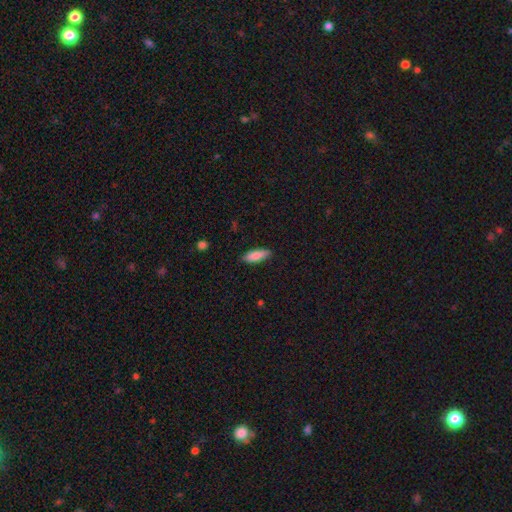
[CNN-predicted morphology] Q: Smooth or featured?
A: smooth (86%); runner-up: featured or disk (8%)
Q: How rounded?
A: in between (57%); runner-up: cigar-shaped (41%)
Q: Merging?
A: none (84%); runner-up: minor disturbance (13%)